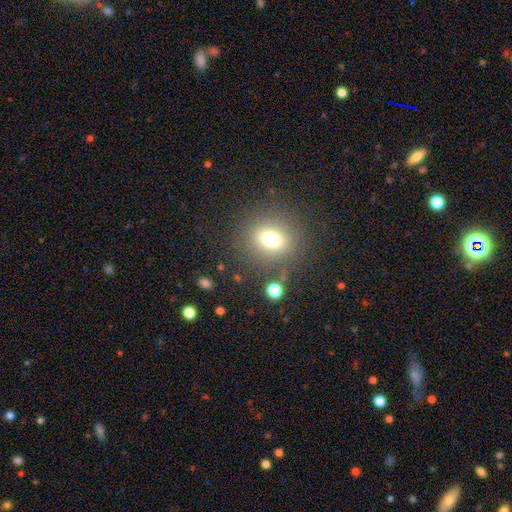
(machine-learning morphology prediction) A smooth galaxy with no disk features (67%) that is round (61%). Merging: none (85%).